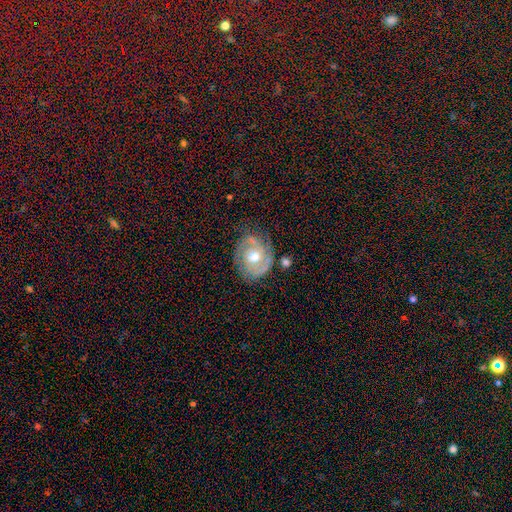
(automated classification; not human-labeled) A featured or disk galaxy (78%) with no bar (74%), 2 (59%) tight (61%) spiral arms (91%) and a moderate central bulge (80%).

Vote fractions:
- Smooth or featured? featured or disk: 78% / smooth: 13% / star or artifact: 9%
- Edge-on disk? no: 97% / yes: 3%
- Bar? no: 74% / weak: 20% / strong: 6%
- Spiral arms? yes: 91% / no: 9%
- Spiral winding? tight: 61% / medium: 31% / loose: 8%
- Spiral arm count? 2: 59% / can't tell: 15% / 3: 14% / 1: 5% / 4: 4% / more than 4: 3%
- Bulge size? moderate: 80% / small: 14% / large: 4% / dominant: 1% / none: 1%
- Merging? none: 74% / minor disturbance: 17% / major disturbance: 6% / merger: 3%